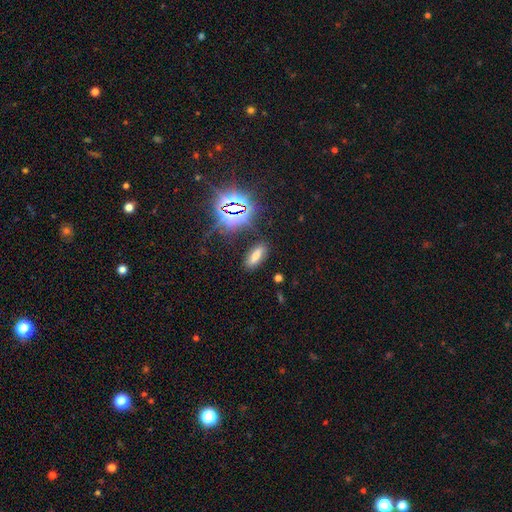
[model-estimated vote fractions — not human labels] smooth_or_featured: smooth (p=0.56) [alt: star or artifact p=0.31]
how_rounded: in between (p=0.69) [alt: cigar-shaped p=0.26]
merging: none (p=0.83) [alt: minor disturbance p=0.11]